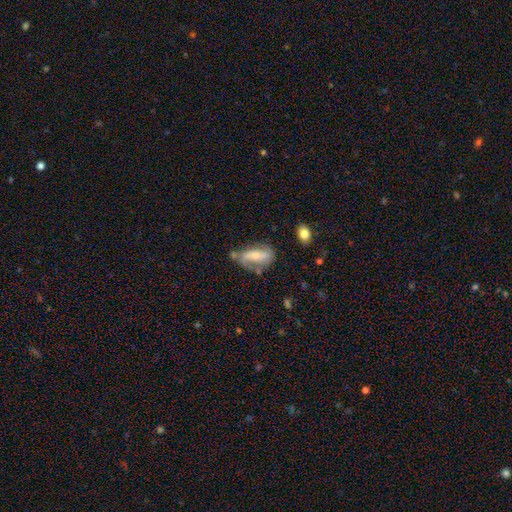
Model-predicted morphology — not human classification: featured or disk 54%, smooth 39%, star or artifact 7%. Down the decision tree: edge-on disk — no (84%); merging — none (51%).